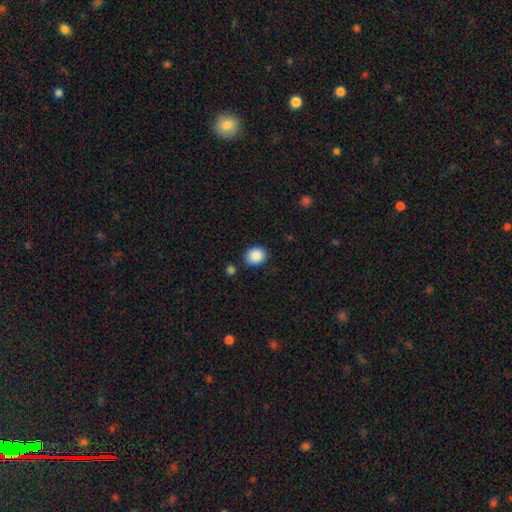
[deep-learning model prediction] Smooth or featured? Predicted: smooth (p=0.89). How rounded? Predicted: round (p=0.57). Merging? Predicted: none (p=0.83).